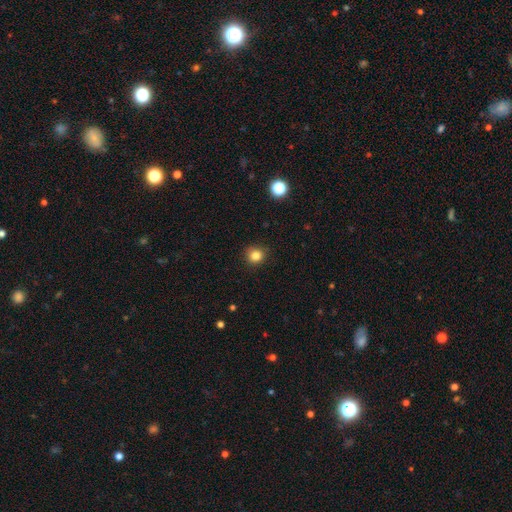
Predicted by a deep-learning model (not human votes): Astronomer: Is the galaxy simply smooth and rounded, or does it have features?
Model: smooth — 83%.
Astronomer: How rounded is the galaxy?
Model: round — 90%.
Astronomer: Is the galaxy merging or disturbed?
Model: none — 89%.